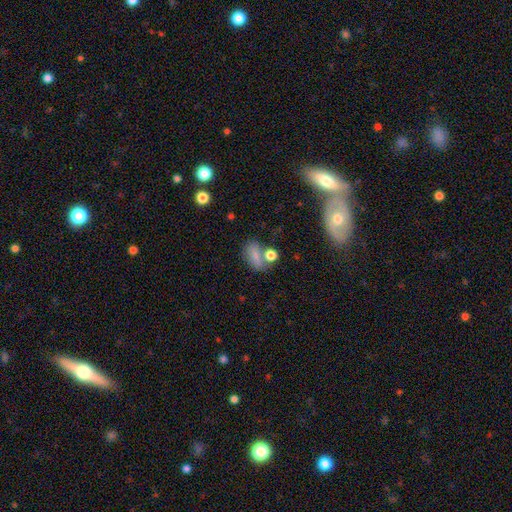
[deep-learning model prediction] Smooth or featured? Predicted: smooth (p=0.75). How rounded? Predicted: in between (p=0.78). Merging? Predicted: none (p=0.48).